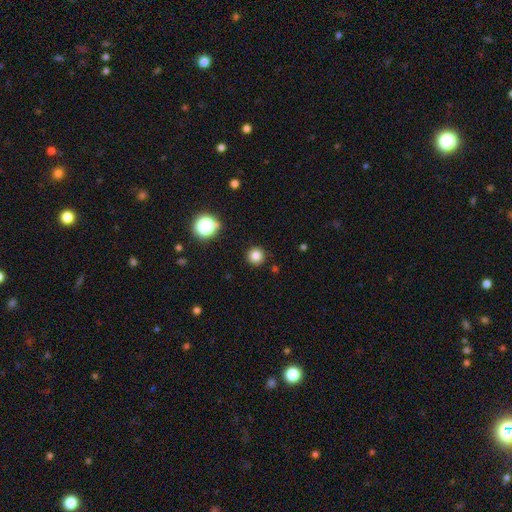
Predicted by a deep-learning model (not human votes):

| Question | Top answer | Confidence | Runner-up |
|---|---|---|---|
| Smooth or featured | smooth | 81% | star or artifact (14%) |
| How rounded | round | 95% | in between (4%) |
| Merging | none | 91% | minor disturbance (6%) |